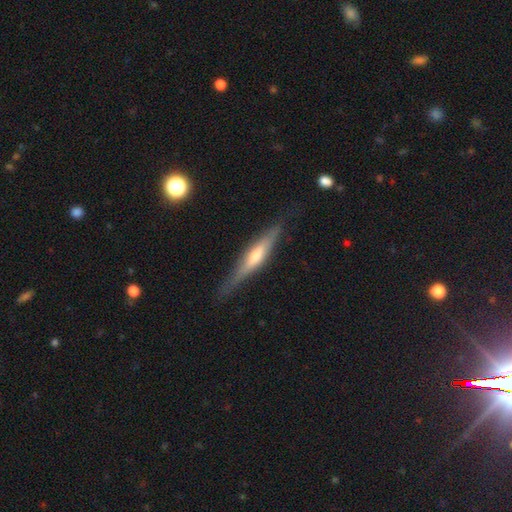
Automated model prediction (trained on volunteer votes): Smooth or featured? Predicted: featured or disk (p=0.67). Edge-on disk? Predicted: yes (p=0.95). Edge-on bulge? Predicted: rounded (p=0.74). Merging? Predicted: none (p=0.82).